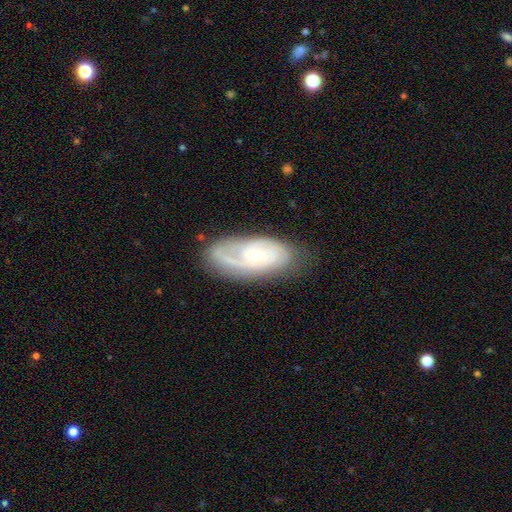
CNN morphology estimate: Smooth or featured?
  - featured or disk: 72% *
  - smooth: 21%
  - star or artifact: 6%
Edge-on disk?
  - no: 93% *
  - yes: 7%
Bar?
  - no: 75% *
  - weak: 21%
  - strong: 4%
Spiral arms?
  - yes: 86% *
  - no: 14%
Spiral winding?
  - tight: 53% *
  - medium: 33%
  - loose: 14%
Spiral arm count?
  - can't tell: 34% *
  - 2: 32%
  - 1: 21%
  - 3: 8%
  - 4: 2%
  - more than 4: 2%
Bulge size?
  - small: 73% *
  - moderate: 24%
  - none: 1%
  - large: 1%
  - dominant: 1%
Merging?
  - none: 67% *
  - minor disturbance: 22%
  - major disturbance: 10%
  - merger: 2%